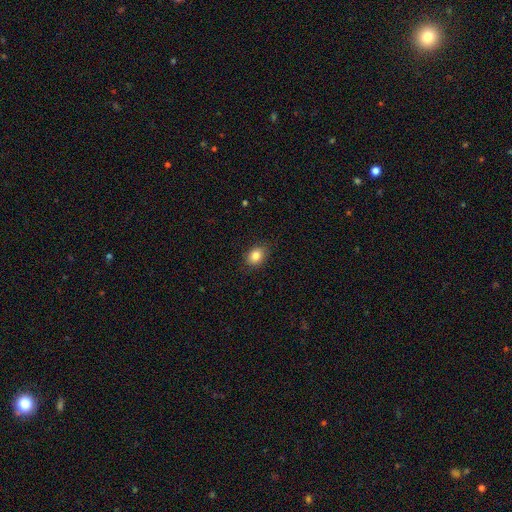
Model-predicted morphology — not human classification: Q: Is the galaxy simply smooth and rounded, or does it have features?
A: smooth — 84%.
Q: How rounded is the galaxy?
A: in between — 59%.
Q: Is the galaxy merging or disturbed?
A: none — 85%.